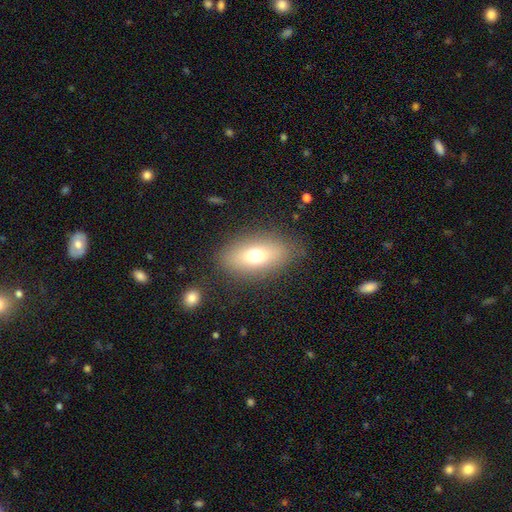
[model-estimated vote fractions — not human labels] A smooth galaxy with no disk features (68%) that is in between round and cigar-shaped (83%).

Vote fractions:
- Smooth or featured? smooth: 68% / featured or disk: 20% / star or artifact: 12%
- How rounded? in between: 83% / round: 12% / cigar-shaped: 5%
- Merging? none: 82% / minor disturbance: 11% / major disturbance: 5% / merger: 2%